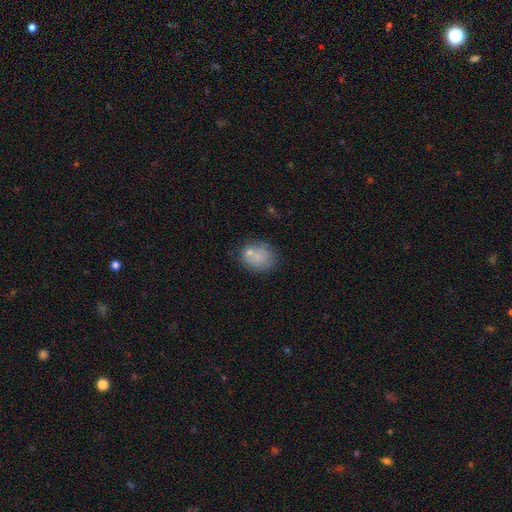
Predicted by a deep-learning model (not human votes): smooth-or-featured: smooth: 71% | featured or disk: 18% | star or artifact: 11%
  how-rounded: round: 58% | in between: 41% | cigar-shaped: 1%
  merging: none: 61% | minor disturbance: 20% | merger: 12% | major disturbance: 7%